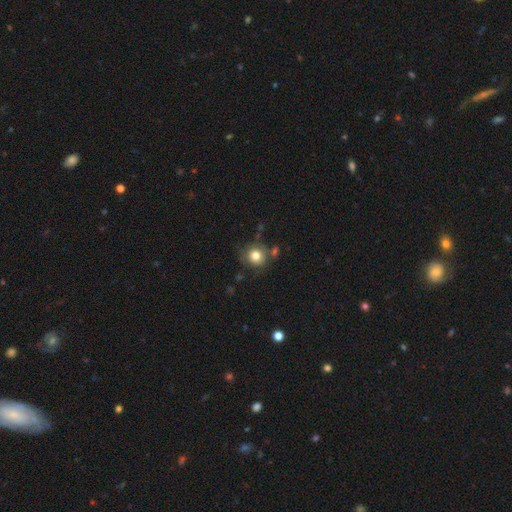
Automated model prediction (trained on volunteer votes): This is likely a smooth galaxy (78%). How rounded: clearly round (89%). Merging: likely none (72%).